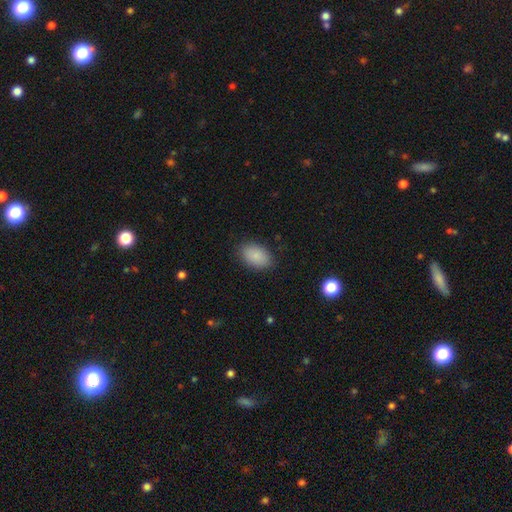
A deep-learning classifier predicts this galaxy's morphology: Overall: smooth (88%). How rounded: in between (89%). Merging: none (85%).